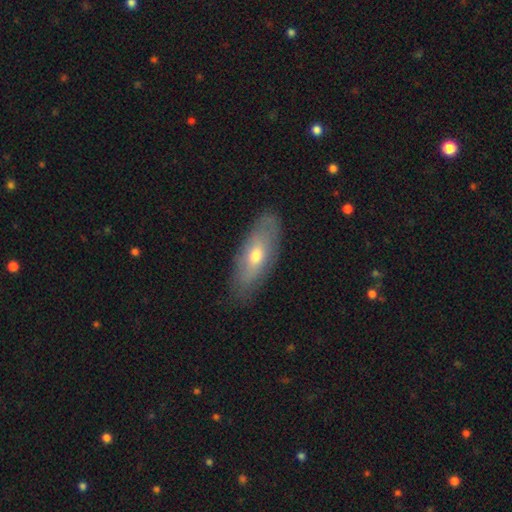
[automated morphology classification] type=smooth (57%); roundness=in between (74%); merging=none (81%).